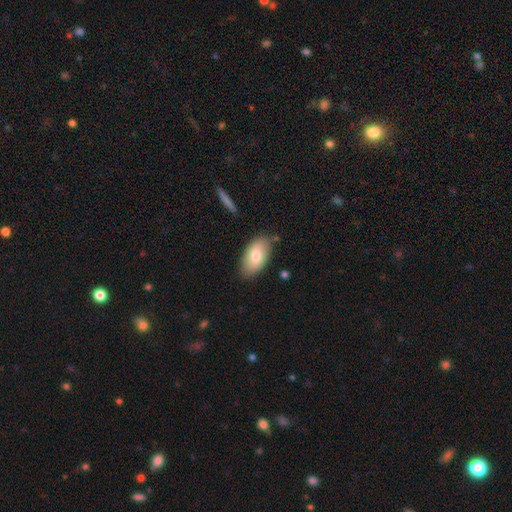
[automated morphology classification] smooth_or_featured: smooth (p=0.74) [alt: featured or disk p=0.19]
how_rounded: in between (p=0.94) [alt: round p=0.04]
merging: none (p=0.79) [alt: minor disturbance p=0.15]